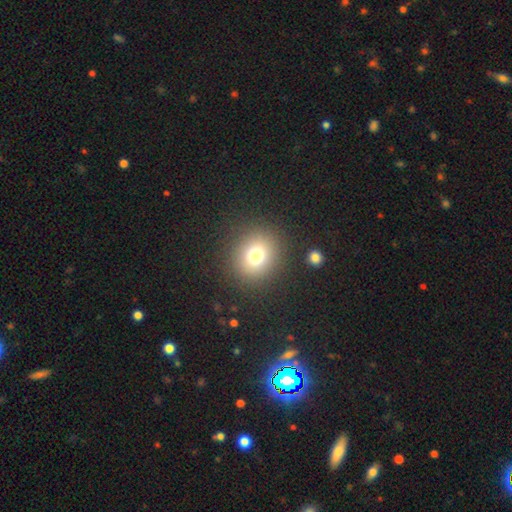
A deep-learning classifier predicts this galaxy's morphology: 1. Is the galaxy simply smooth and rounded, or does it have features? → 75% smooth, 15% star or artifact, 10% featured or disk.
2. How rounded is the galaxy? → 80% round, 19% in between, 1% cigar-shaped.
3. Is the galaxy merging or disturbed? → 87% none, 7% minor disturbance, 4% major disturbance, 2% merger.